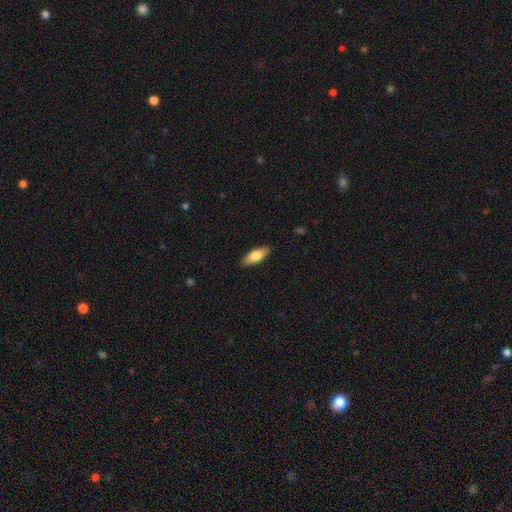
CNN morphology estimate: This appears to be a smooth galaxy with no disk features (75%) that is in between round and cigar-shaped (71%). Merging: none (88%).